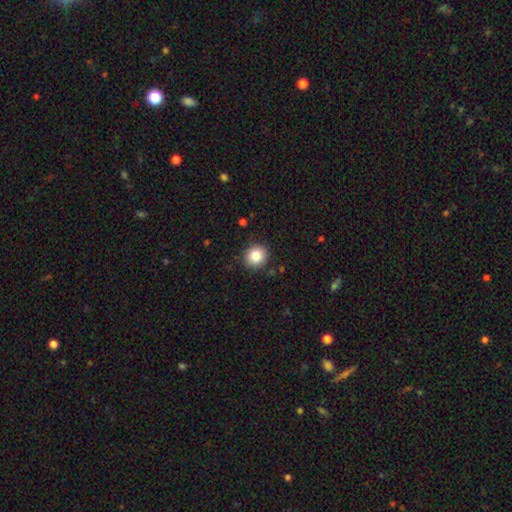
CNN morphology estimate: A smooth galaxy with no disk features (84%) that is round (88%).

Vote fractions:
- Smooth or featured? smooth: 84% / star or artifact: 10% / featured or disk: 6%
- How rounded? round: 88% / in between: 11% / cigar-shaped: 1%
- Merging? none: 90% / minor disturbance: 7% / major disturbance: 2% / merger: 1%